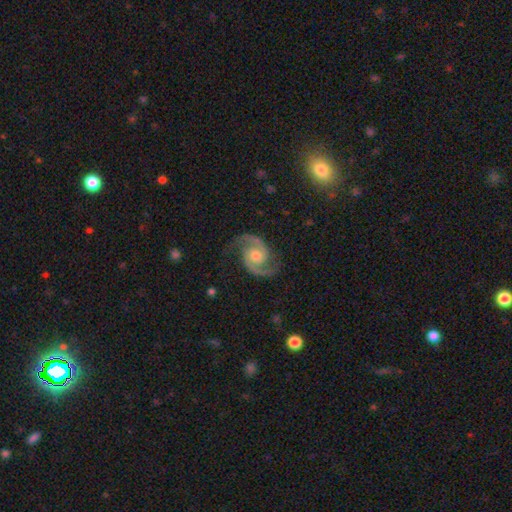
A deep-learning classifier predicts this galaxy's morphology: featured or disk 93%, star or artifact 4%, smooth 3%. Down the decision tree: edge-on disk — no (98%); bar — no (66%); spiral arms — yes (98%); spiral arm count — 2 (95%); spiral winding — medium (63%); bulge size — moderate (70%); merging — none (83%).